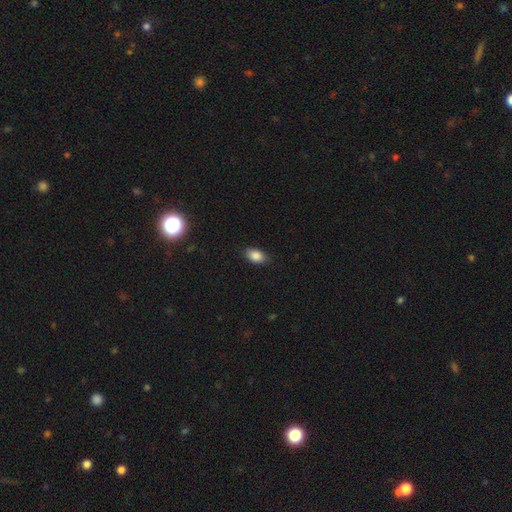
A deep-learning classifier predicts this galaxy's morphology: The model was most divided on "merging": none: 85%, minor disturbance: 11%, major disturbance: 2%, merger: 1%. More confident: how rounded — in between (89%); smooth or featured — smooth (86%).